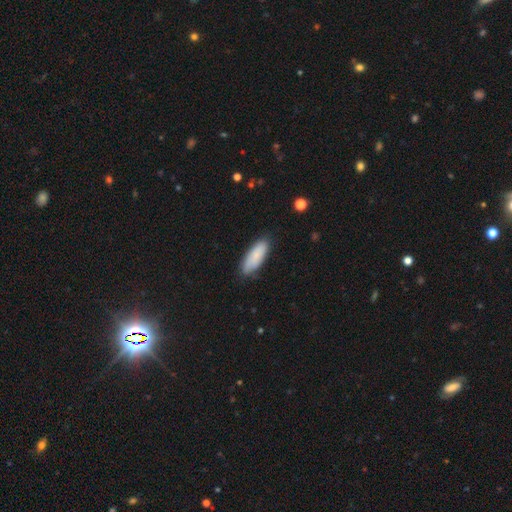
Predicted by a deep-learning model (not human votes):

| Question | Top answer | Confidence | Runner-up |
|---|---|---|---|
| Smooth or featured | smooth | 83% | featured or disk (11%) |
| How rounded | in between | 69% | cigar-shaped (29%) |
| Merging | none | 81% | minor disturbance (15%) |